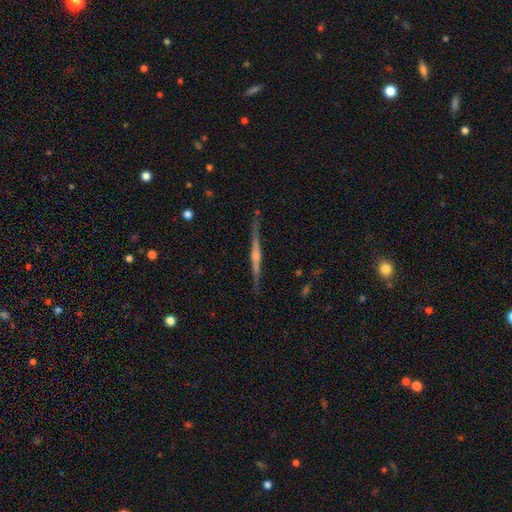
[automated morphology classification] A featured or disk galaxy (80%) viewed edge-on (98%) with a rounded central bulge (65%). Merging: none (87%).